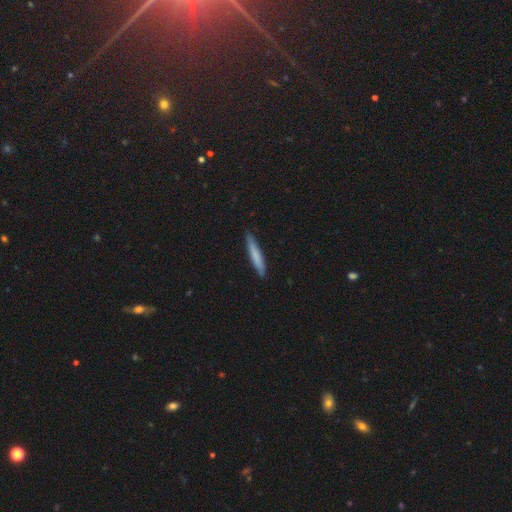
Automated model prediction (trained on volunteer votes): Smooth or featured? smooth (73%)
How rounded? cigar-shaped (94%)
Merging? none (89%)